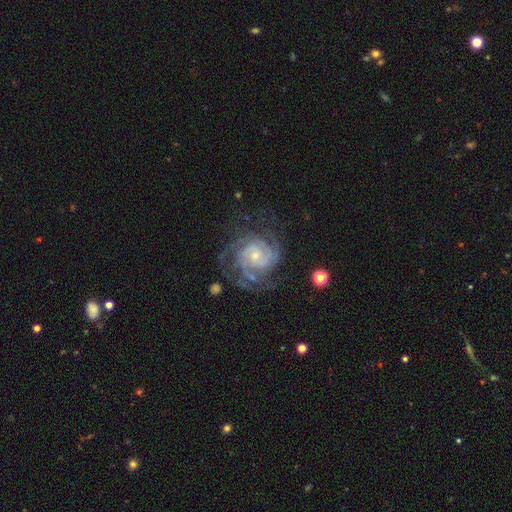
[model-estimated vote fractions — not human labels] smooth-or-featured: featured or disk: 88% | smooth: 6% | star or artifact: 6%
  disk-edge-on: no: 98% | yes: 2%
    bar: no: 67% | weak: 27% | strong: 6%
    has-spiral-arms: yes: 97% | no: 3%
      spiral-winding: tight: 65% | medium: 29% | loose: 6%
      spiral-arm-count: 3: 25% | can't tell: 23% | 2: 21% | 4: 17% | more than 4: 7% | 1: 6%
    bulge-size: small: 68% | moderate: 26% | none: 2% | large: 2% | dominant: 1%
  merging: none: 66% | minor disturbance: 19% | major disturbance: 14% | merger: 2%